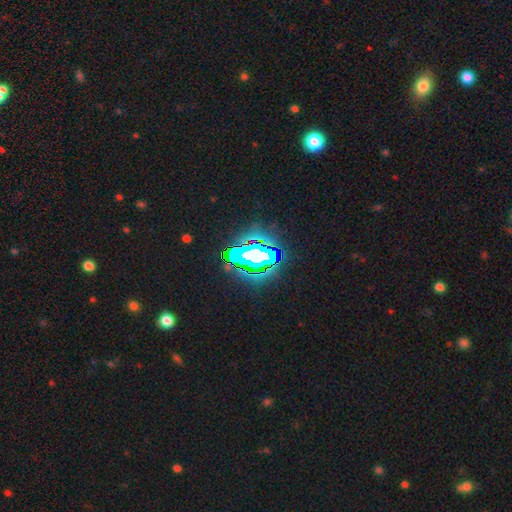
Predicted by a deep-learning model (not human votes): Morphology: type=star or artifact (64%).